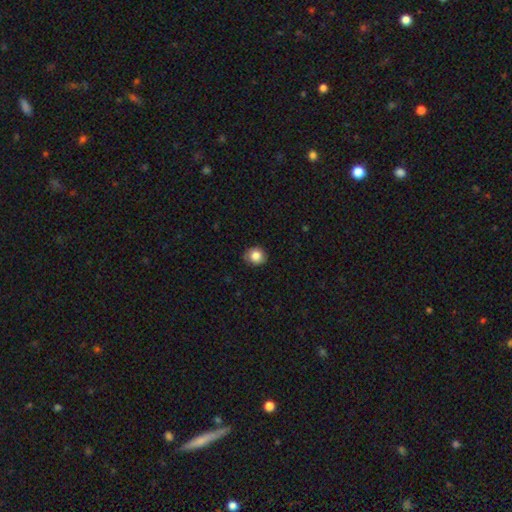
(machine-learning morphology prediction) A smooth galaxy with no disk features (84%) that is round (76%).

Vote fractions:
- Smooth or featured? smooth: 84% / star or artifact: 9% / featured or disk: 7%
- How rounded? round: 76% / in between: 23% / cigar-shaped: 1%
- Merging? none: 85% / minor disturbance: 12% / major disturbance: 2% / merger: 1%